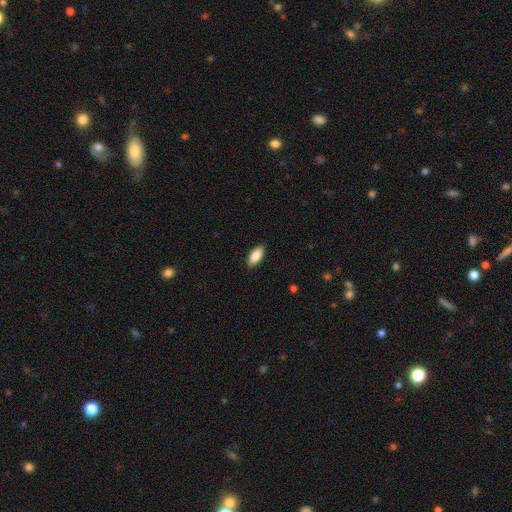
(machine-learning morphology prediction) Smooth or featured: smooth — 86% (featured or disk — 8%)
How rounded: in between — 87% (cigar-shaped — 11%)
Merging: none — 88% (minor disturbance — 9%)